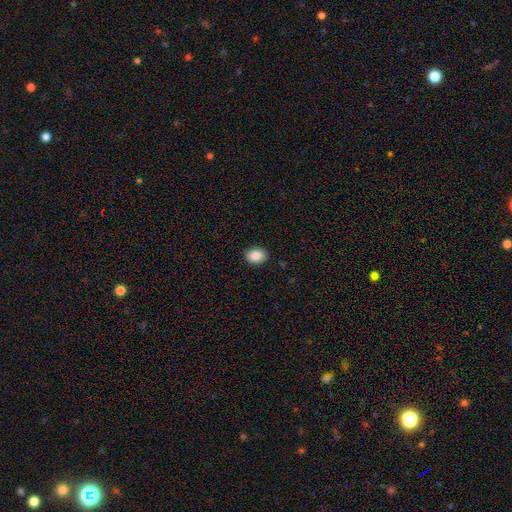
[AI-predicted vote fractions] Smooth or featured? Predicted: smooth (p=0.87). How rounded? Predicted: in between (p=0.64). Merging? Predicted: none (p=0.89).